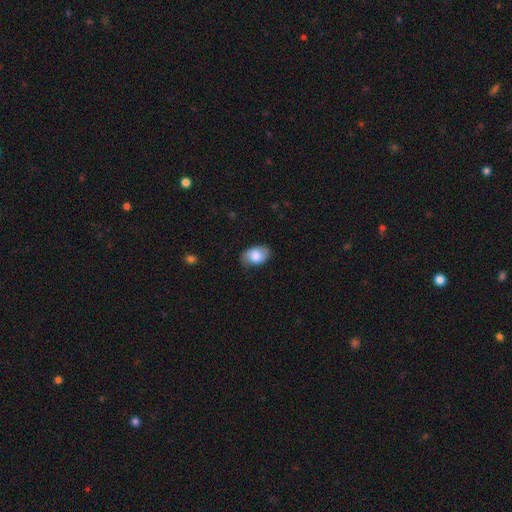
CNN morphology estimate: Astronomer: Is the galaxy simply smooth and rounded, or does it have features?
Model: smooth — 77%.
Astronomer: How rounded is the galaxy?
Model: in between — 85%.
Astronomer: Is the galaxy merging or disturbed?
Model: none — 73%.